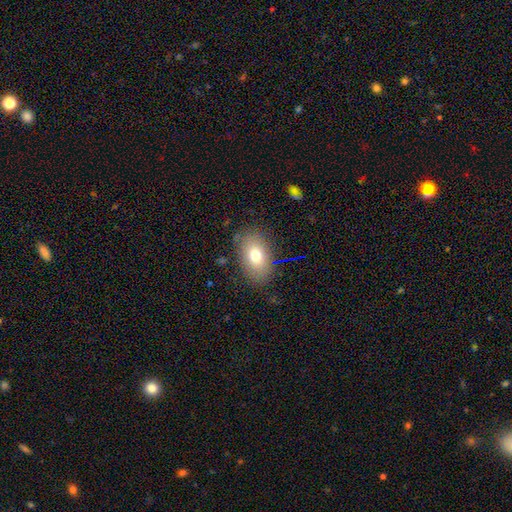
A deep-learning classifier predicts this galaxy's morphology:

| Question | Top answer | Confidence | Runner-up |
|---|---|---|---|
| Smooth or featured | smooth | 74% | featured or disk (16%) |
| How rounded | in between | 88% | round (11%) |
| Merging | none | 82% | minor disturbance (12%) |